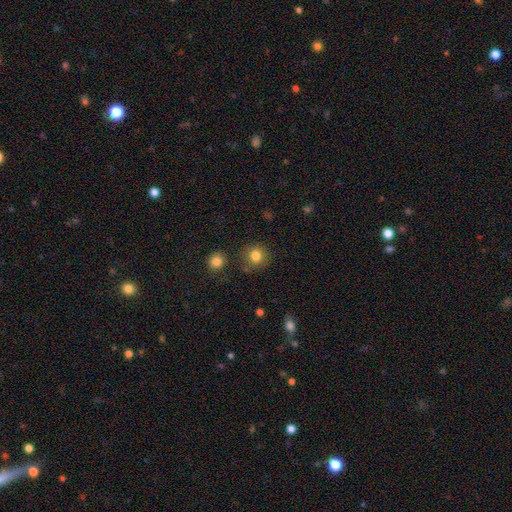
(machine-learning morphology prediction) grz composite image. It shows a smooth galaxy with no disk features (82%) that is round (88%). Merging: none (82%).